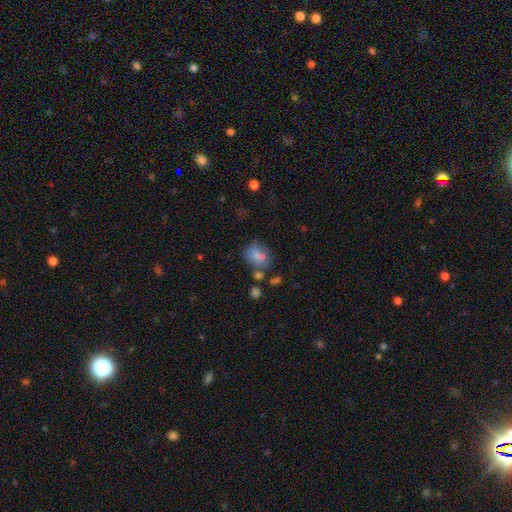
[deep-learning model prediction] The model was most divided on "how rounded": in between: 57%, round: 42%, cigar-shaped: 1%. More confident: smooth or featured — smooth (76%); merging — none (53%).